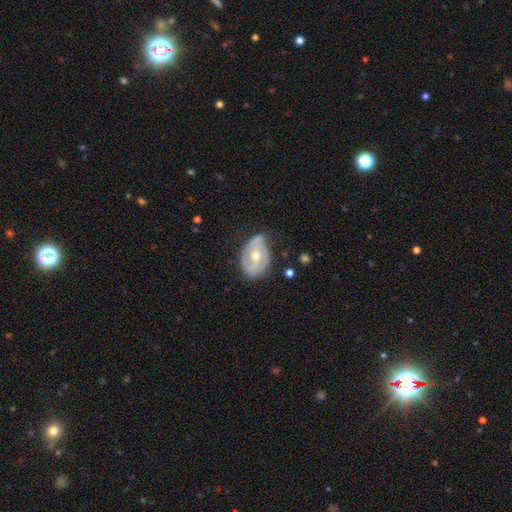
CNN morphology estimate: This appears to be a featured or disk galaxy (68%) with no bar (42%), spiral arms (55%) and a moderate central bulge (68%). Merging: none (55%).